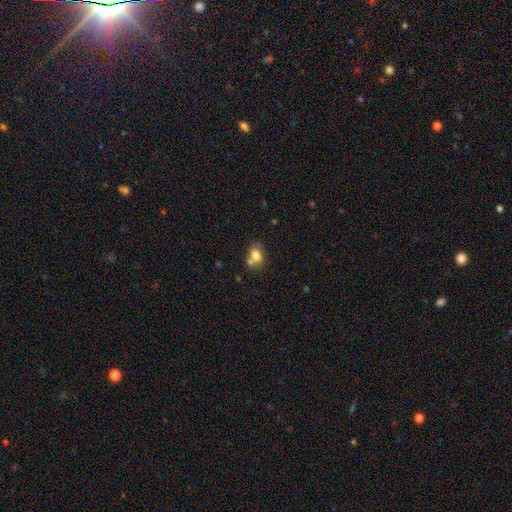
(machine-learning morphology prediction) This is likely a smooth galaxy (76%). How rounded: likely in between (75%). Merging: possibly none (46%).